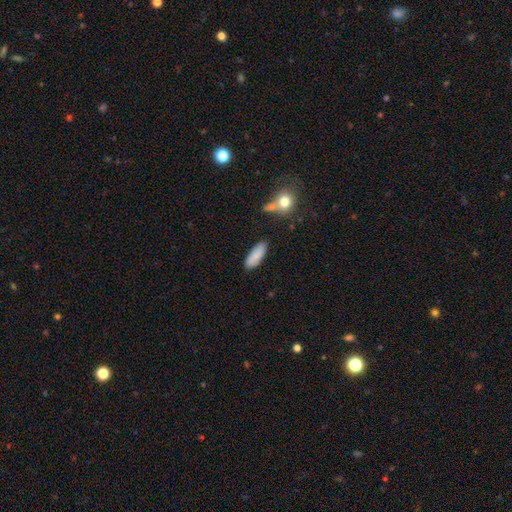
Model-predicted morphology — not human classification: This appears to be a smooth galaxy with no disk features (84%) that is in between round and cigar-shaped (67%). Merging: none (84%).